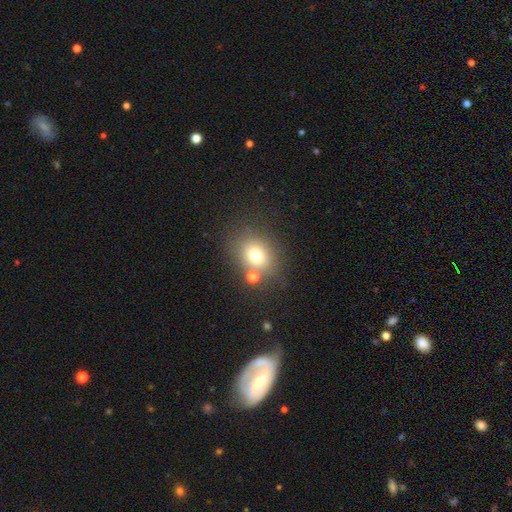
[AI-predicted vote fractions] smooth_or_featured: smooth (p=0.73) [alt: star or artifact p=0.15]
how_rounded: round (p=0.53) [alt: in between p=0.46]
merging: none (p=0.69) [alt: merger p=0.14]